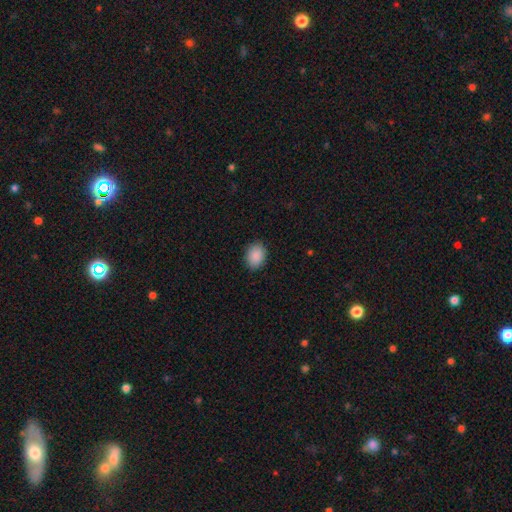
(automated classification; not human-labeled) Overall: smooth (90%). How rounded: in between (70%). Merging: none (88%).